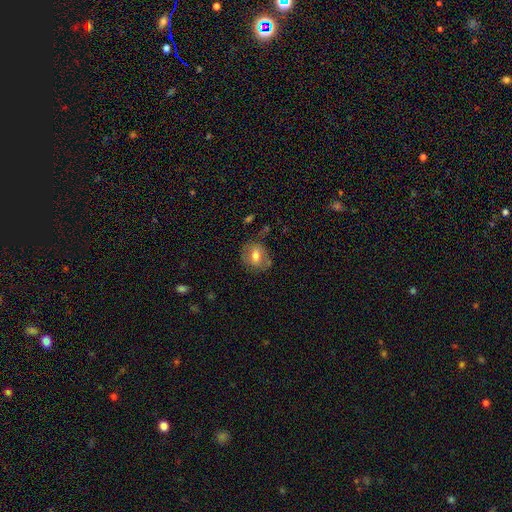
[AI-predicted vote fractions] This is likely a smooth galaxy (65%). How rounded: possibly round (55%). Merging: likely none (71%).